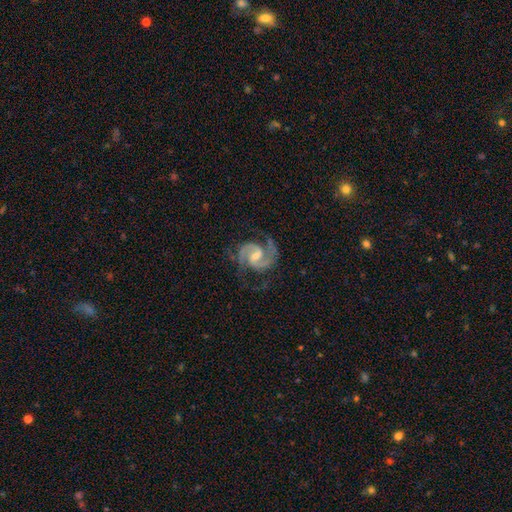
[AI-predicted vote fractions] featured or disk 93%, star or artifact 4%, smooth 3%. Down the decision tree: edge-on disk — no (98%); bar — weak (60%); spiral arms — yes (99%); spiral arm count — 2 (93%); spiral winding — medium (64%); bulge size — moderate (41%); merging — none (75%).